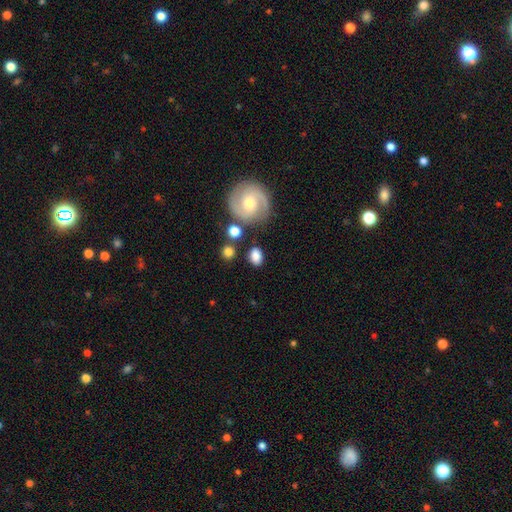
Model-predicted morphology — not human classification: This is likely a smooth galaxy (75%). How rounded: likely in between (69%). Merging: likely none (75%).